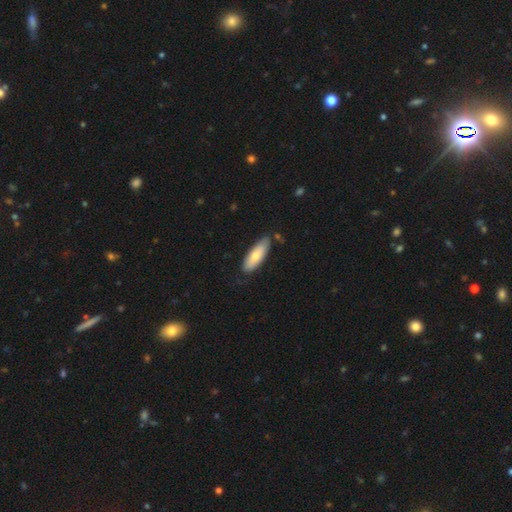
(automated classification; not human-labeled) A smooth galaxy with no disk features (74%) that is in between round and cigar-shaped (62%).

Vote fractions:
- Smooth or featured? smooth: 74% / featured or disk: 21% / star or artifact: 5%
- How rounded? in between: 62% / cigar-shaped: 36% / round: 2%
- Merging? none: 75% / minor disturbance: 19% / merger: 3% / major disturbance: 3%